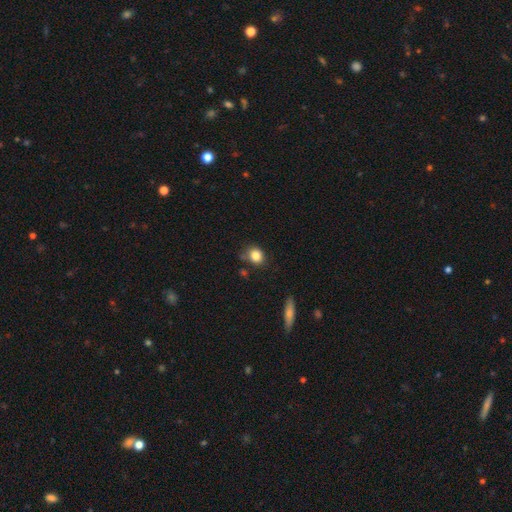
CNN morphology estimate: The model was most divided on "how rounded": round: 63%, in between: 36%, cigar-shaped: 1%. More confident: smooth or featured — smooth (84%); merging — none (70%).